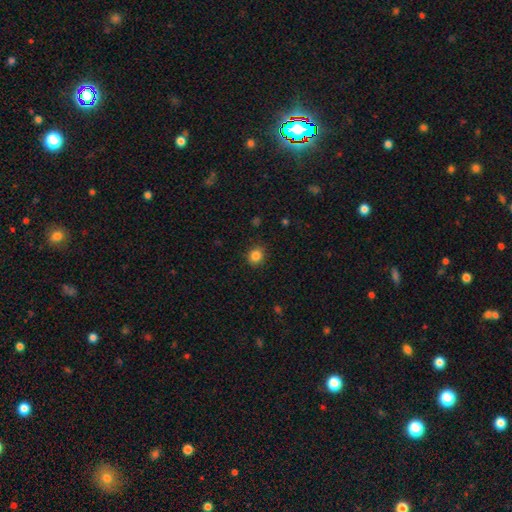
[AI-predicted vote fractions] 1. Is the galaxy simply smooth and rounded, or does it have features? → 85% smooth, 11% star or artifact, 4% featured or disk.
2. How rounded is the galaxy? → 76% round, 24% in between, 1% cigar-shaped.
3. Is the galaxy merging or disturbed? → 88% none, 9% minor disturbance, 3% major disturbance, 1% merger.